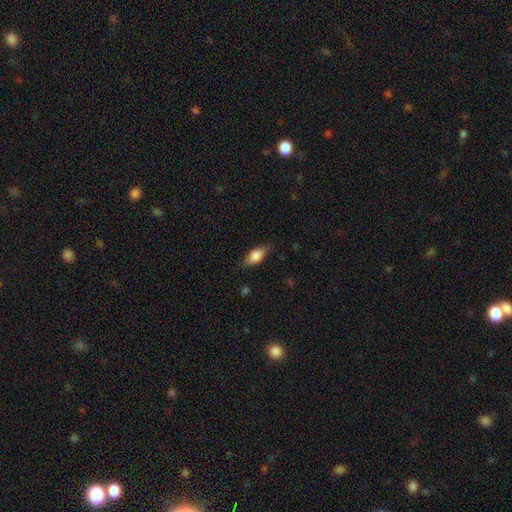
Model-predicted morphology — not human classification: Q: Smooth or featured?
A: smooth (69%); runner-up: featured or disk (24%)
Q: How rounded?
A: in between (81%); runner-up: cigar-shaped (13%)
Q: Merging?
A: none (76%); runner-up: minor disturbance (18%)